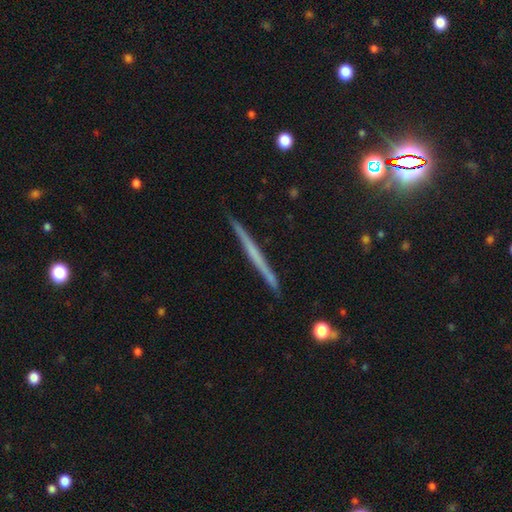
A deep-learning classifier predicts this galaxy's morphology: A featured or disk galaxy (58%) viewed edge-on (98%) with no central bulge (83%).

Vote fractions:
- Smooth or featured? featured or disk: 58% / smooth: 32% / star or artifact: 9%
- Edge-on disk? yes: 98% / no: 2%
- Edge-on bulge? none: 83% / rounded: 13% / boxy: 4%
- Merging? none: 91% / minor disturbance: 6% / merger: 1% / major disturbance: 1%